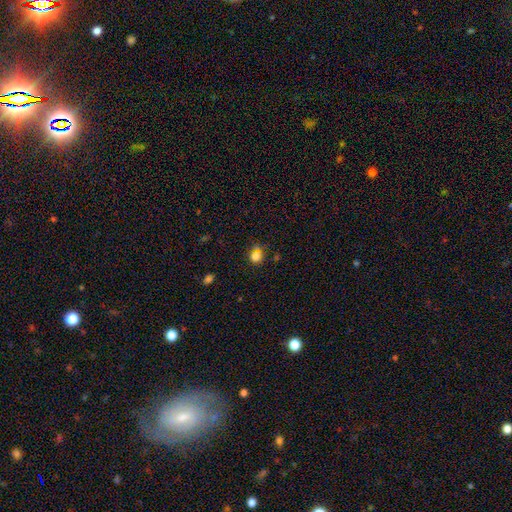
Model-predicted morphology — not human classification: smooth_or_featured: smooth (p=0.78) [alt: star or artifact p=0.16]
how_rounded: round (p=0.87) [alt: in between p=0.12]
merging: none (p=0.67) [alt: merger p=0.14]